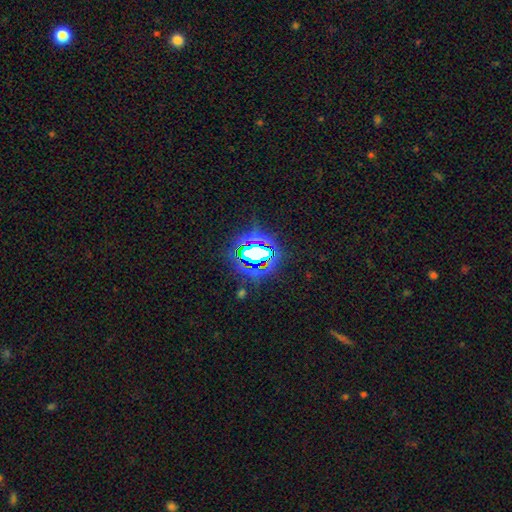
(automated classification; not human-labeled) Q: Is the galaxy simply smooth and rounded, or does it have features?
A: star or artifact — 68%.